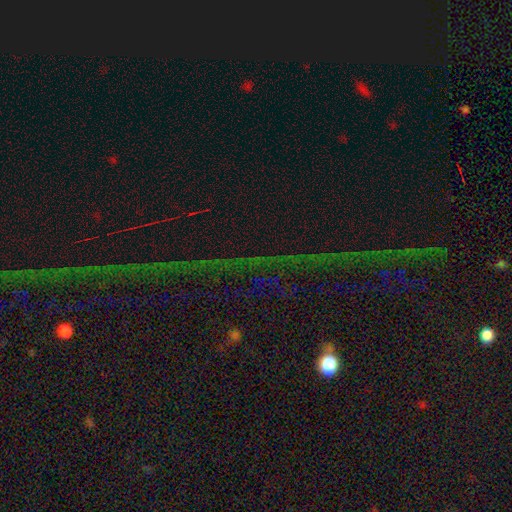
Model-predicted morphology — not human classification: Smooth or featured? Predicted: star or artifact (p=0.78).